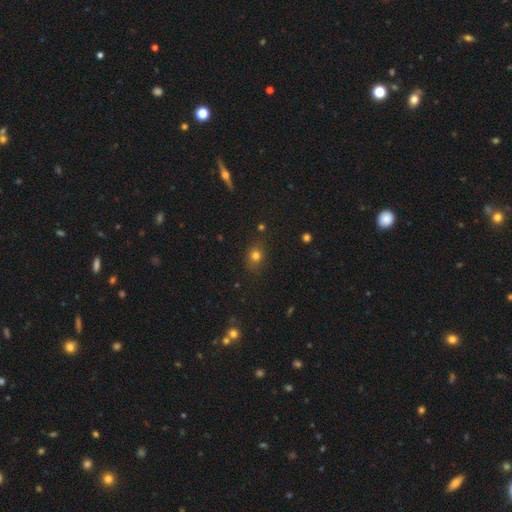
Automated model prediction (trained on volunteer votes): Smooth or featured? Predicted: smooth (p=0.75). How rounded? Predicted: round (p=0.62). Merging? Predicted: none (p=0.81).